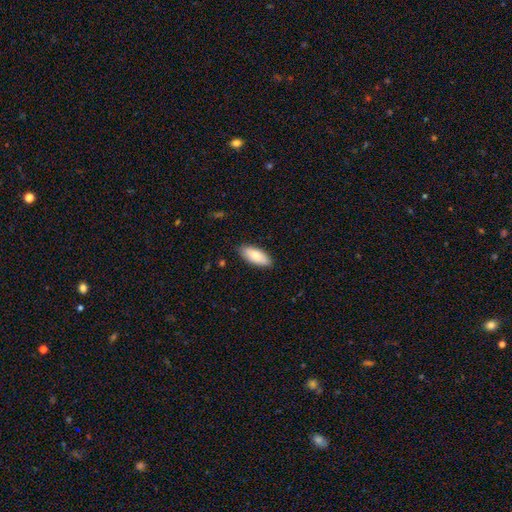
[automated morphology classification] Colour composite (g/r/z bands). It shows a smooth galaxy with no disk features (81%) that is in between round and cigar-shaped (81%). Merging: none (87%).